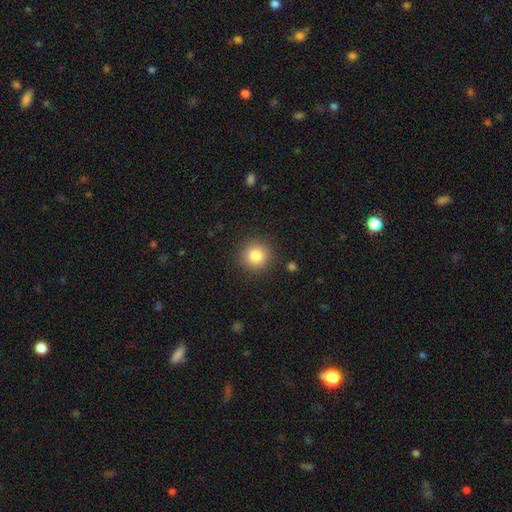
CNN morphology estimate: type=smooth (83%); roundness=round (94%); merging=none (90%).